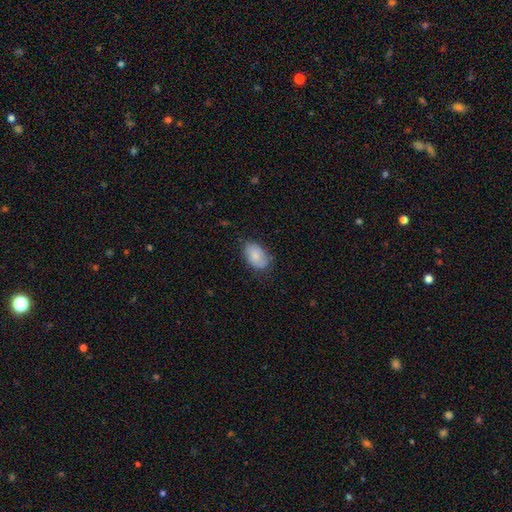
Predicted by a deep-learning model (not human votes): Overall: smooth (77%). How rounded: in between (90%). Merging: none (69%).